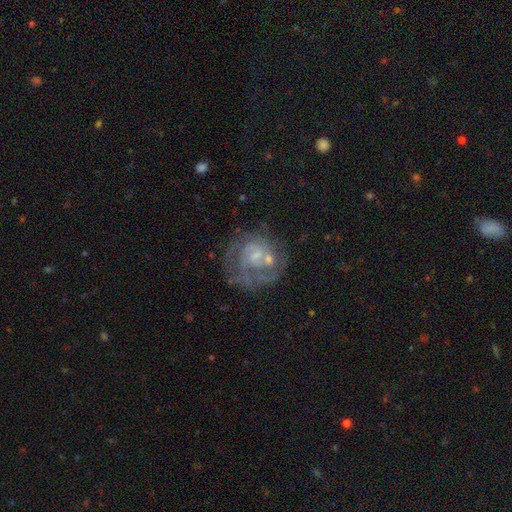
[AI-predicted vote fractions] smooth_or_featured: featured or disk (p=0.77) [alt: smooth p=0.15]
disk_edge_on: no (p=0.98) [alt: yes p=0.02]
bar: no (p=0.60) [alt: weak p=0.34]
has_spiral_arms: yes (p=0.80) [alt: no p=0.20]
spiral_winding: tight (p=0.55) [alt: medium p=0.32]
spiral_arm_count: 2 (p=0.33) [alt: can't tell p=0.31]
bulge_size: small (p=0.49) [alt: moderate p=0.24]
merging: none (p=0.53) [alt: major disturbance p=0.19]